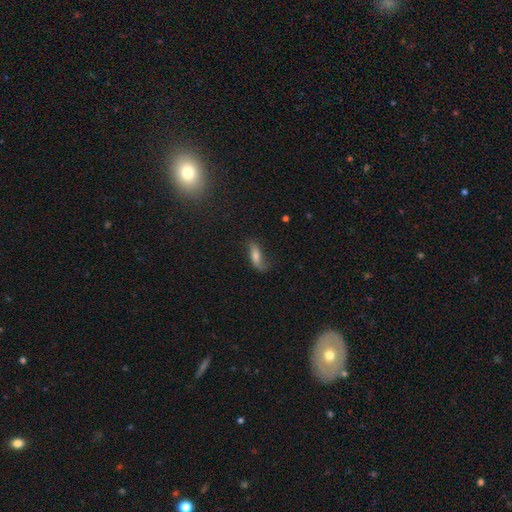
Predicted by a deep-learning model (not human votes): smooth-or-featured: smooth: 51% | featured or disk: 38% | star or artifact: 11%
  how-rounded: in between: 59% | cigar-shaped: 37% | round: 4%
  merging: none: 60% | minor disturbance: 25% | major disturbance: 14% | merger: 2%